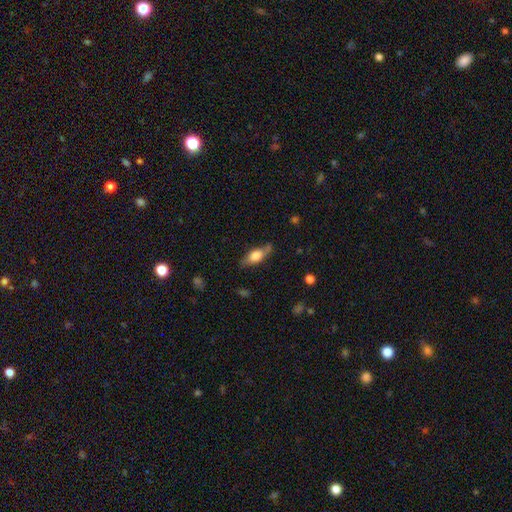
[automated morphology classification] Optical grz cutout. It shows a smooth galaxy with no disk features (61%) that is in between round and cigar-shaped (73%). Merging: none (70%).